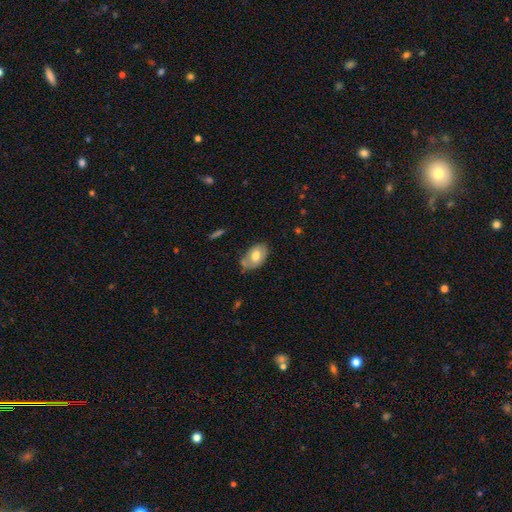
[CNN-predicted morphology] Smooth or featured?
  - smooth: 68% *
  - featured or disk: 26%
  - star or artifact: 7%
How rounded?
  - in between: 88% *
  - round: 11%
  - cigar-shaped: 1%
Merging?
  - none: 58% *
  - minor disturbance: 28%
  - merger: 7%
  - major disturbance: 7%